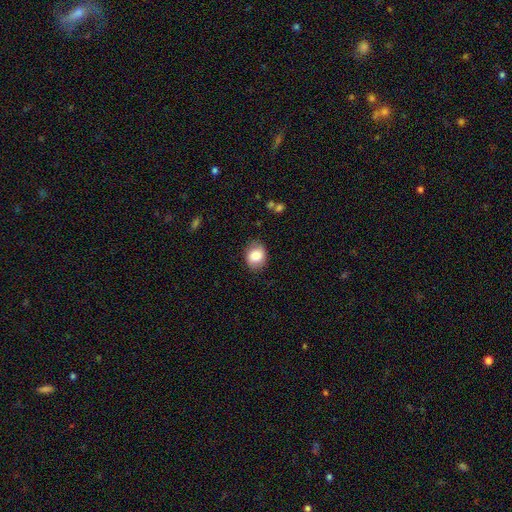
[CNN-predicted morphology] The model was most divided on "how rounded": in between: 51%, round: 48%, cigar-shaped: 1%. More confident: smooth or featured — smooth (83%); merging — none (83%).